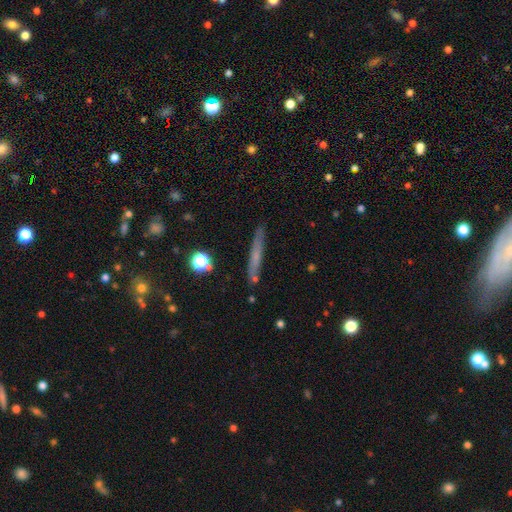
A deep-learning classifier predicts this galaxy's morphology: smooth_or_featured: smooth (p=0.53) [alt: featured or disk p=0.37]
how_rounded: cigar-shaped (p=0.93) [alt: in between p=0.04]
merging: none (p=0.83) [alt: minor disturbance p=0.11]